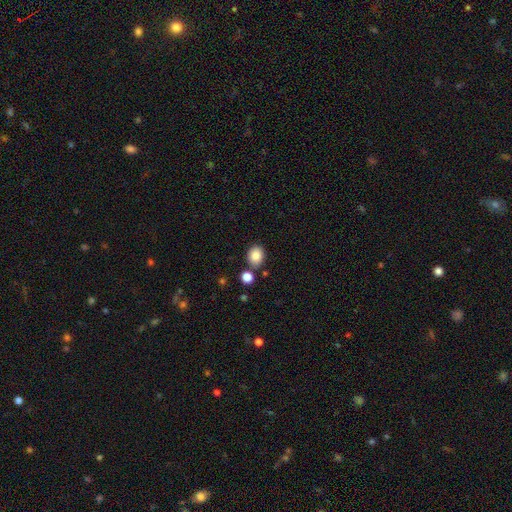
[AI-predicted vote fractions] Smooth or featured?
  - smooth: 86% *
  - star or artifact: 9%
  - featured or disk: 5%
How rounded?
  - in between: 50% *
  - round: 49%
  - cigar-shaped: 1%
Merging?
  - none: 78% *
  - minor disturbance: 10%
  - merger: 8%
  - major disturbance: 3%